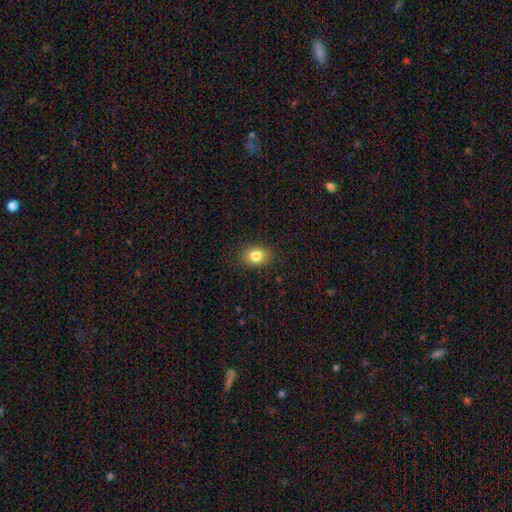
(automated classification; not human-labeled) Morphology: type=smooth (83%); roundness=in between (72%); merging=none (86%).